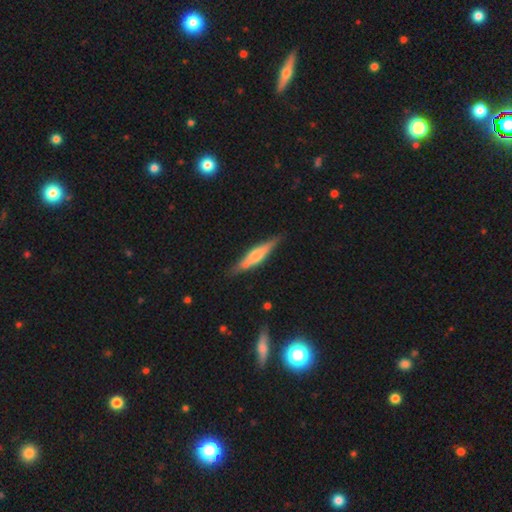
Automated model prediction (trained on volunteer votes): Morphology: type=featured or disk (53%); edge-on=yes (96%); edge-on bulge=rounded (62%); merging=none (86%).